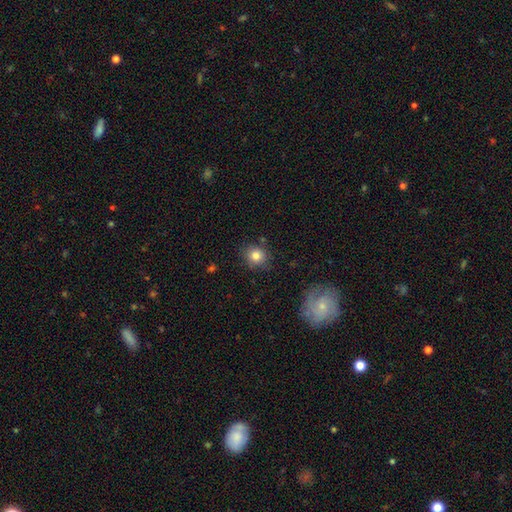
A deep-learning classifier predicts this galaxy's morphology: A smooth galaxy with no disk features (82%) that is round (82%). Merging: none (83%).